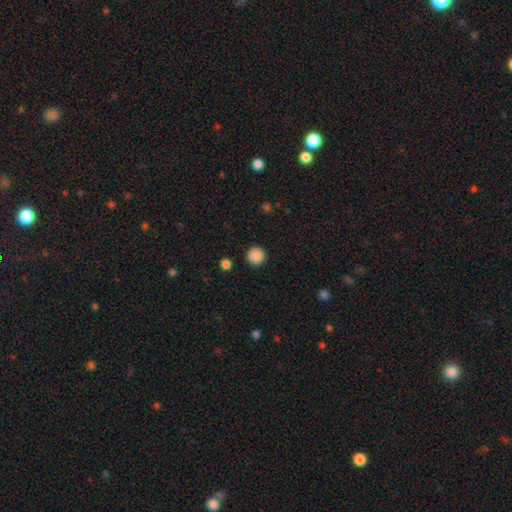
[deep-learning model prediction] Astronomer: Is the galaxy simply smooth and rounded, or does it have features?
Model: smooth — 88%.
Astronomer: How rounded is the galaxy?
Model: round — 95%.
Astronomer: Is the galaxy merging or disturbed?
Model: none — 91%.